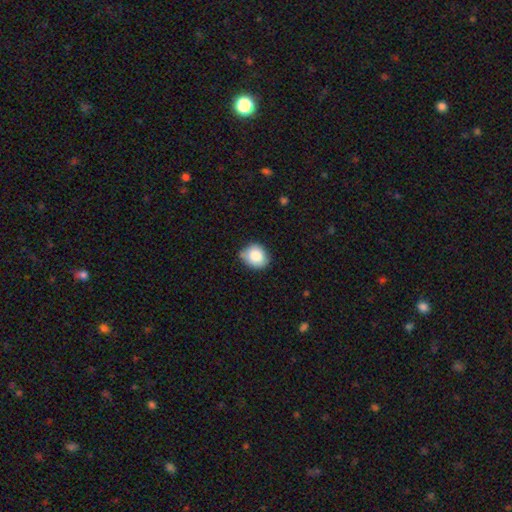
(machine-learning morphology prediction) smooth_or_featured: smooth (p=0.84) [alt: star or artifact p=0.08]
how_rounded: round (p=0.64) [alt: in between p=0.35]
merging: none (p=0.67) [alt: minor disturbance p=0.26]